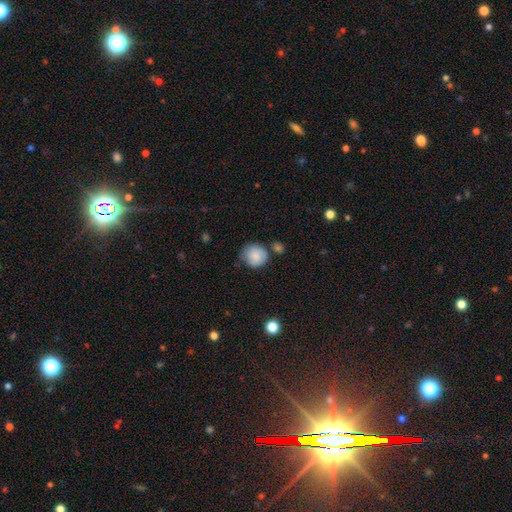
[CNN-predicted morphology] type=smooth (84%); roundness=round (88%); merging=none (63%).